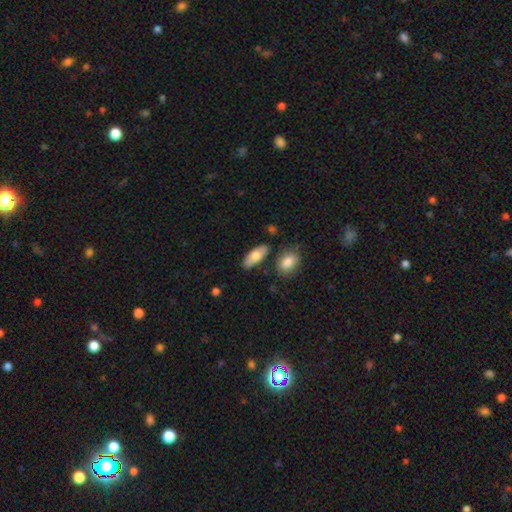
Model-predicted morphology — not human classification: Overall: smooth (76%). How rounded: in between (82%). Merging: none (81%).